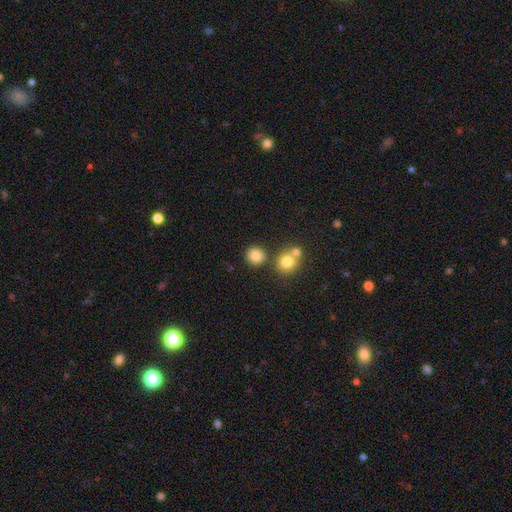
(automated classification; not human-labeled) Morphology: type=smooth (83%); roundness=round (88%); merging=none (78%).